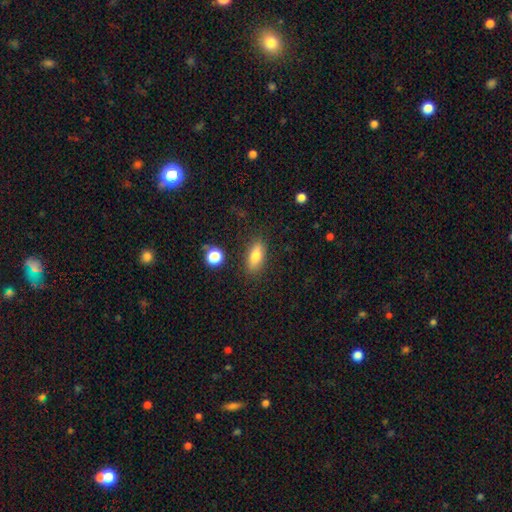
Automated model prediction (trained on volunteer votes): Overall: smooth (78%). How rounded: in between (77%). Merging: none (84%).